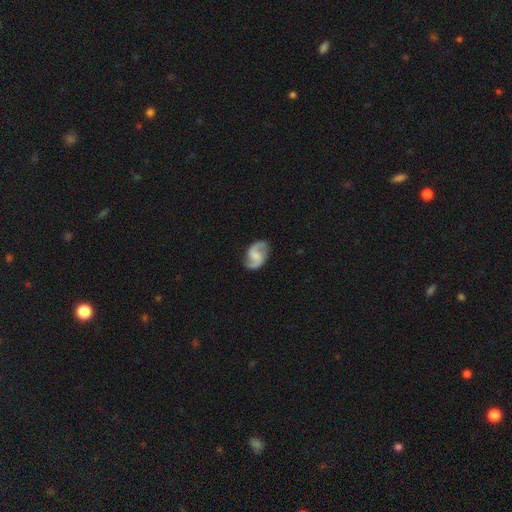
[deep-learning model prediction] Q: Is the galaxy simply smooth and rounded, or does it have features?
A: featured or disk — 85%.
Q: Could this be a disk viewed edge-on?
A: no — 98%.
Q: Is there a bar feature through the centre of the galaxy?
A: weak — 49%.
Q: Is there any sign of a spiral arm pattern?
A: yes — 97%.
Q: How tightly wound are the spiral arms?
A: medium — 47%.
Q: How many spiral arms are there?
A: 2 — 93%.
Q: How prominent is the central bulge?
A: none — 35%.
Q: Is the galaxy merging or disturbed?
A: none — 83%.